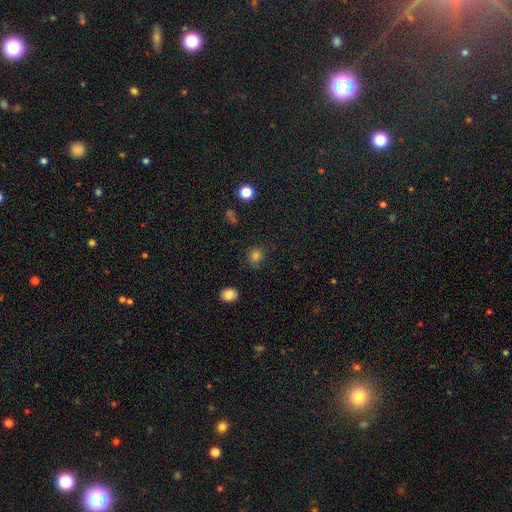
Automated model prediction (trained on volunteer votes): This appears to be a smooth galaxy with no disk features (80%) that is round (89%). Merging: none (84%).